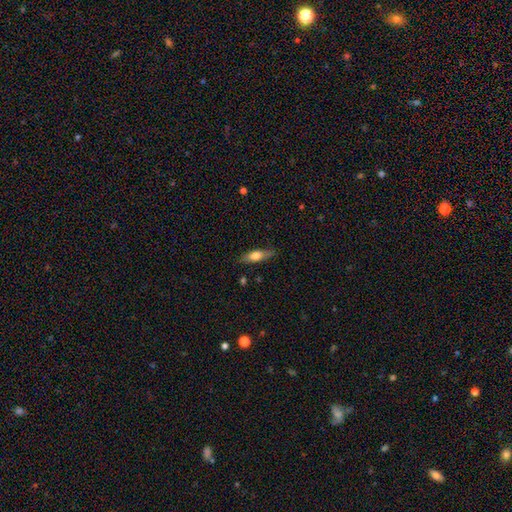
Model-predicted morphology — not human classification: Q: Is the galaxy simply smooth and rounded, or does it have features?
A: smooth — 63%.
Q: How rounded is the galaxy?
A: cigar-shaped — 50%.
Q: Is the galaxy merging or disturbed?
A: none — 82%.